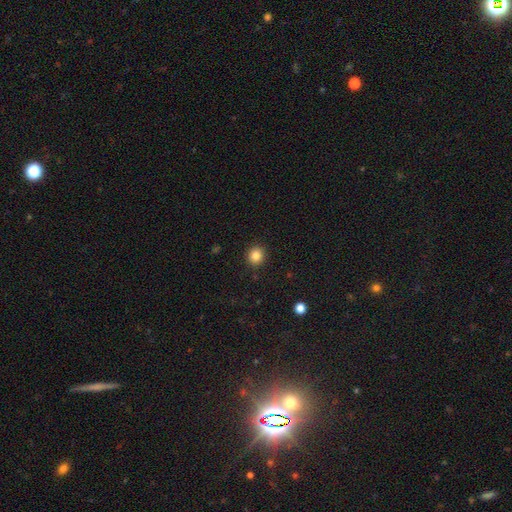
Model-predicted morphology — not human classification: A smooth galaxy with no disk features (84%) that is round (87%).

Vote fractions:
- Smooth or featured? smooth: 84% / star or artifact: 11% / featured or disk: 5%
- How rounded? round: 87% / in between: 12% / cigar-shaped: 1%
- Merging? none: 91% / minor disturbance: 6% / major disturbance: 2% / merger: 1%